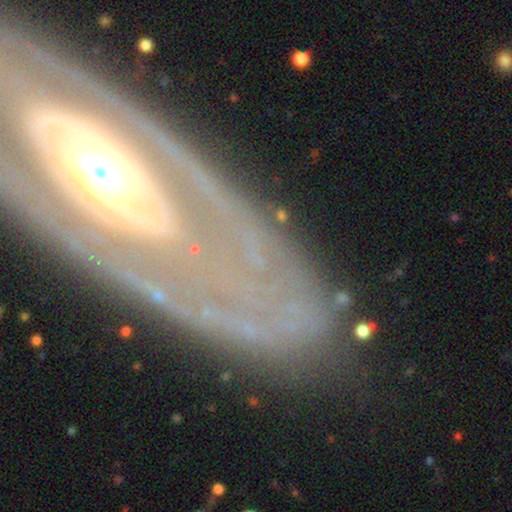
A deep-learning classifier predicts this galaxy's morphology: Smooth or featured?
  - featured or disk: 83% *
  - smooth: 11%
  - star or artifact: 6%
Edge-on disk?
  - no: 81% *
  - yes: 19%
Bar?
  - no: 61% *
  - weak: 21%
  - strong: 18%
Spiral arms?
  - yes: 65% *
  - no: 35%
Bulge size?
  - moderate: 62% *
  - large: 20%
  - small: 14%
  - dominant: 3%
  - none: 2%
Merging?
  - none: 77% *
  - minor disturbance: 14%
  - major disturbance: 7%
  - merger: 2%